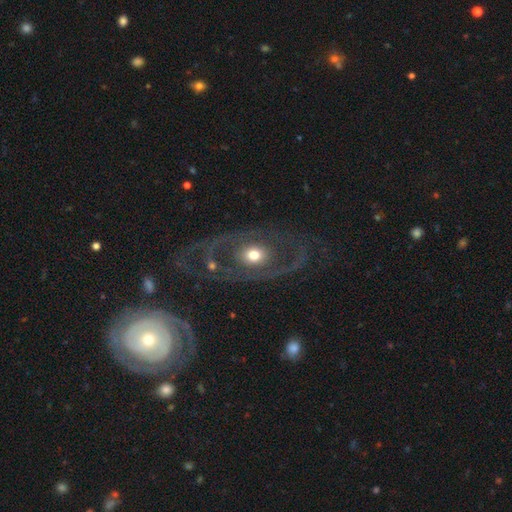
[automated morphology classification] A featured or disk galaxy (79%) with no bar (79%), 2 (71%) medium (41%) spiral arms (68%) and a moderate central bulge (67%). Merging: none (69%).